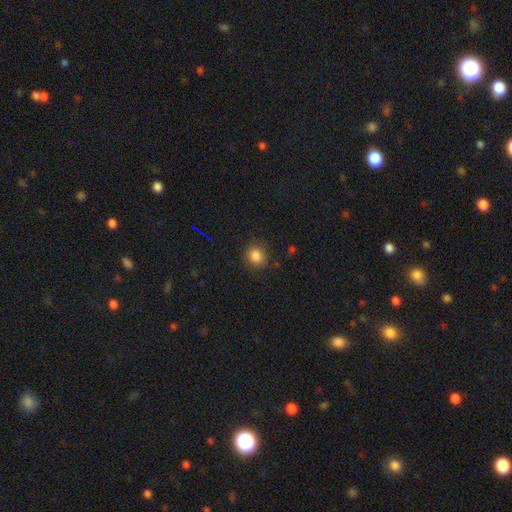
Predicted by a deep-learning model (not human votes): The model was most divided on "how rounded": round: 80%, in between: 19%, cigar-shaped: 1%. More confident: smooth or featured — smooth (83%); merging — none (82%).